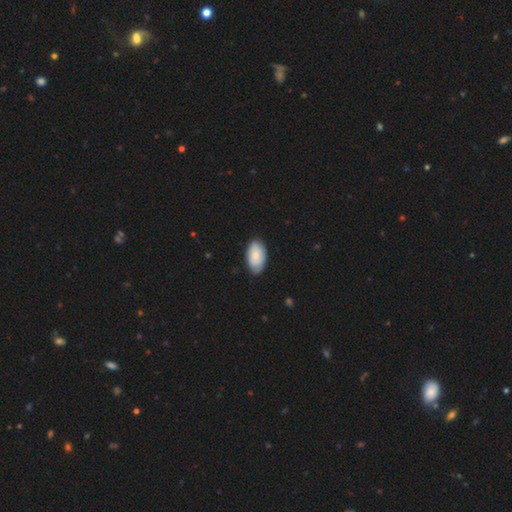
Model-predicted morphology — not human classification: A smooth galaxy with no disk features (81%) that is in between round and cigar-shaped (95%).

Vote fractions:
- Smooth or featured? smooth: 81% / featured or disk: 13% / star or artifact: 6%
- How rounded? in between: 95% / round: 4% / cigar-shaped: 1%
- Merging? none: 81% / minor disturbance: 16% / major disturbance: 2% / merger: 1%